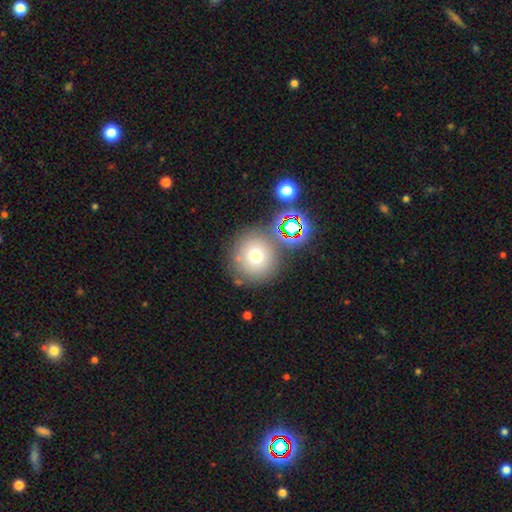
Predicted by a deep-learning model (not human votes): This is likely a smooth galaxy (69%). How rounded: clearly round (94%). Merging: likely none (75%).